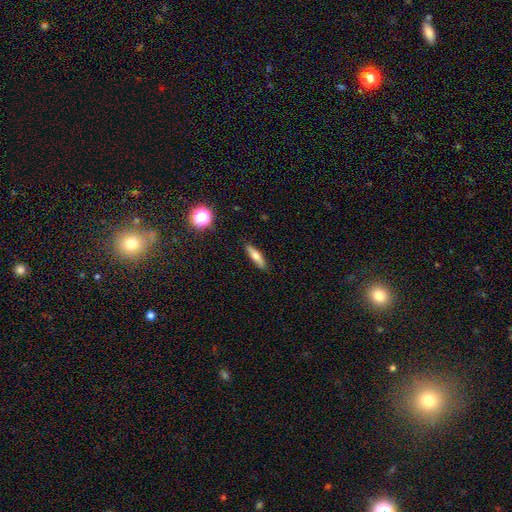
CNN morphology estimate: Overall: smooth (58%; featured or disk 34%). How rounded: cigar-shaped (66%; in between 31%). Merging: none (88%).